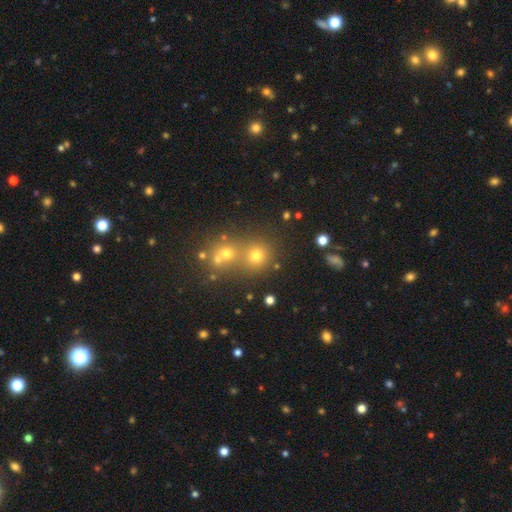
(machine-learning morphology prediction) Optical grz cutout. It shows a smooth galaxy with no disk features (65%) that is round (83%). Merging: none (55%).